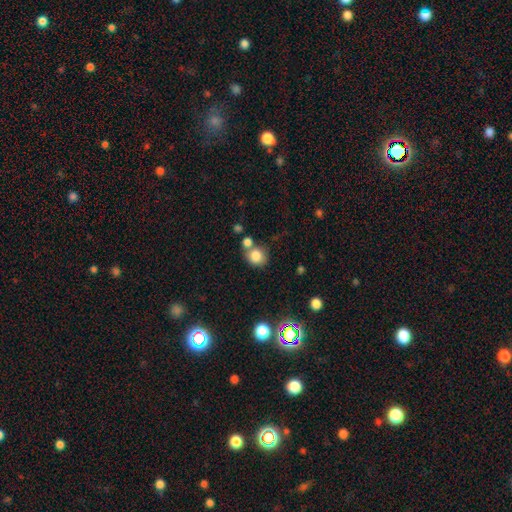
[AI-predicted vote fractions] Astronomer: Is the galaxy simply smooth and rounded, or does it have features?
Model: smooth — 81%.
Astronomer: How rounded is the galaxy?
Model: round — 81%.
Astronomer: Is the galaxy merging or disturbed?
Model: none — 59%.